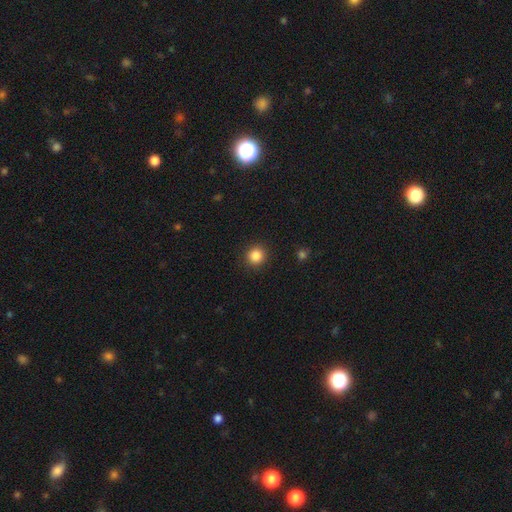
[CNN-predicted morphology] A smooth galaxy with no disk features (85%) that is round (92%). Merging: none (91%).